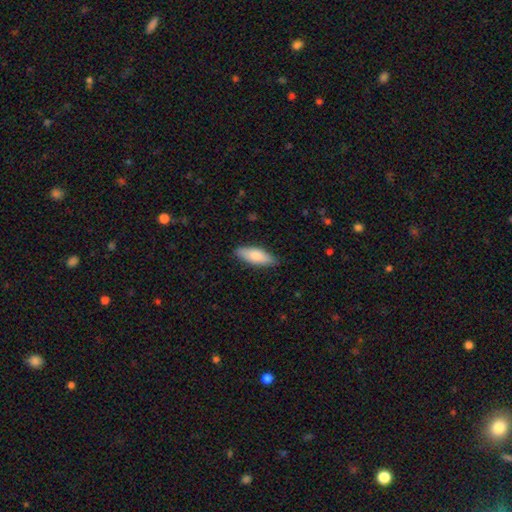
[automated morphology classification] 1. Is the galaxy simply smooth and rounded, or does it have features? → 81% smooth, 14% featured or disk, 5% star or artifact.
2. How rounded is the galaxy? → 65% in between, 33% cigar-shaped, 2% round.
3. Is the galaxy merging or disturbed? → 84% none, 13% minor disturbance, 2% major disturbance, 1% merger.